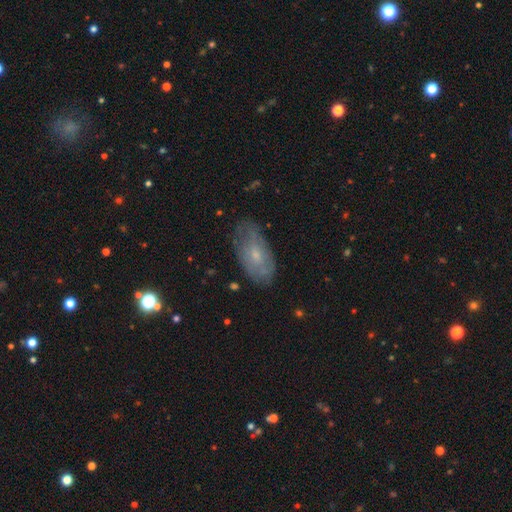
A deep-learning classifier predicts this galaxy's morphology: This is possibly a featured or disk galaxy (47%). Merging: likely none (67%).